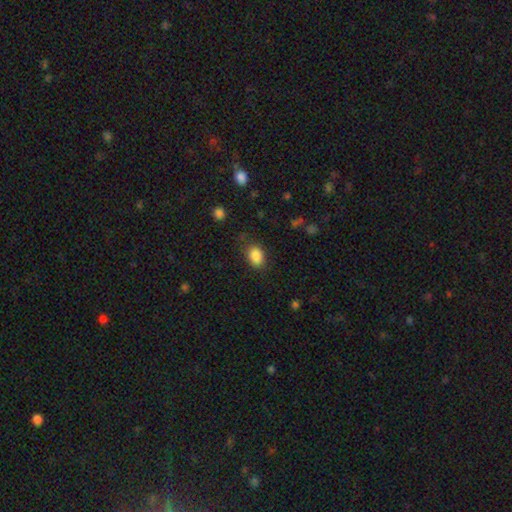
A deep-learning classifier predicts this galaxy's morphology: type=smooth (87%); roundness=in between (79%); merging=none (80%).